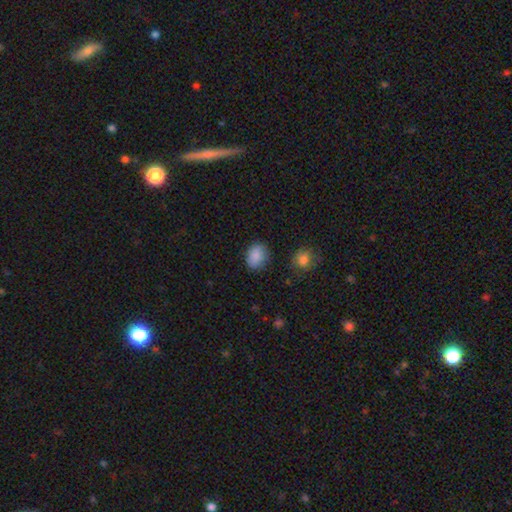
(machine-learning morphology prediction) Smooth or featured? smooth (87%)
How rounded? in between (70%)
Merging? none (77%)